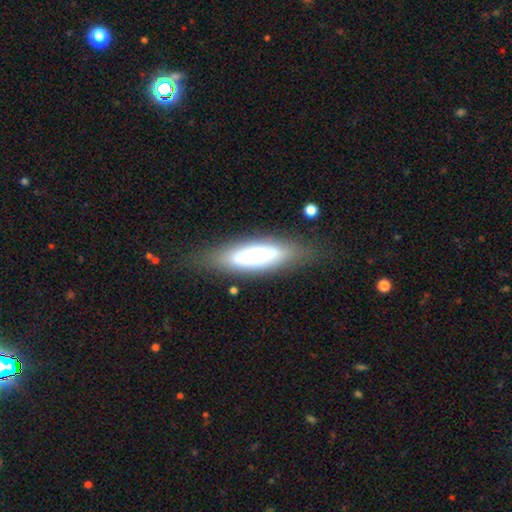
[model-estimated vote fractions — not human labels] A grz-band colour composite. It shows a smooth galaxy with no disk features (59%) that is in between round and cigar-shaped (52%). Merging: none (72%).